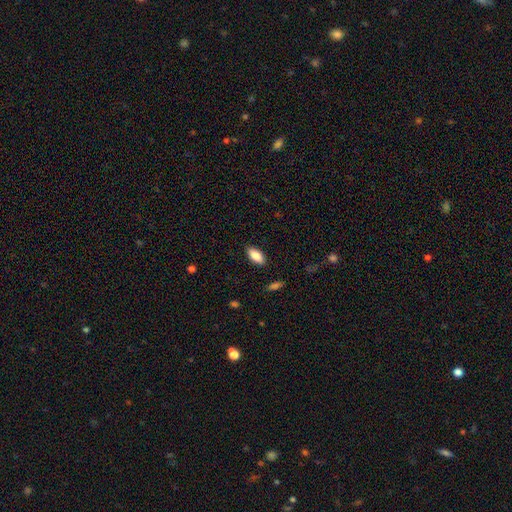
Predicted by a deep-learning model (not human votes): Smooth or featured? smooth (85%)
How rounded? in between (90%)
Merging? none (87%)